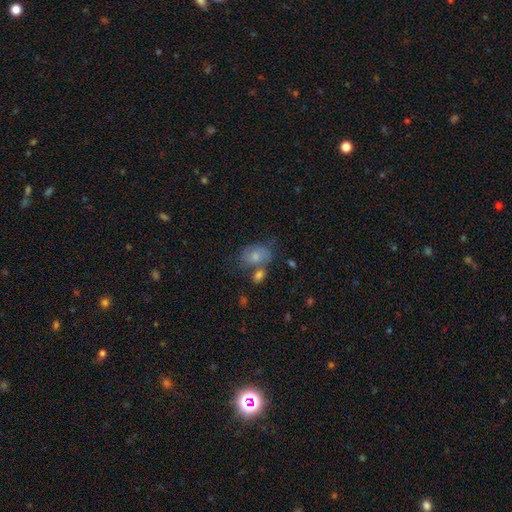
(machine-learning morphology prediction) Overall: smooth (71%). How rounded: in between (80%). Merging: none (39%; merger 27%).